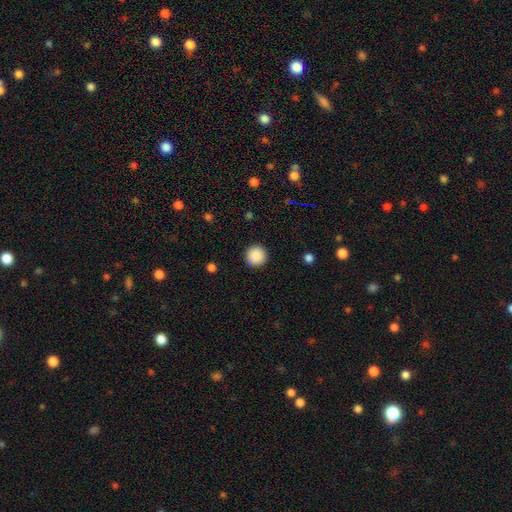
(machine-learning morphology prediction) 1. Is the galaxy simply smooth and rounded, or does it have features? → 88% smooth, 9% star or artifact, 3% featured or disk.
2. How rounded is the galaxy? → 96% round, 3% in between, 1% cigar-shaped.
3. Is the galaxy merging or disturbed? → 92% none, 5% minor disturbance, 2% major disturbance, 1% merger.